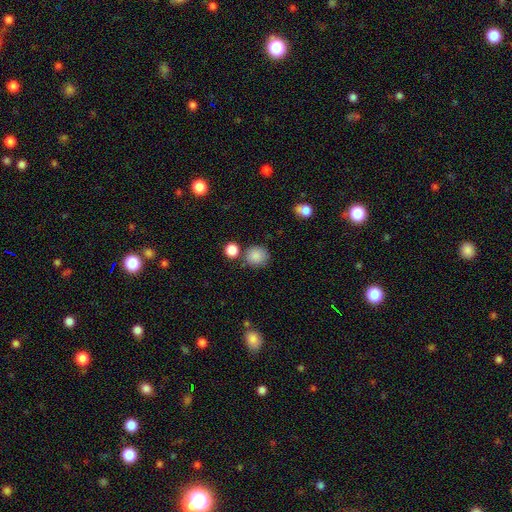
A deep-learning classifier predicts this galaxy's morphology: This is clearly a smooth galaxy (86%). How rounded: clearly round (86%). Merging: likely none (75%).